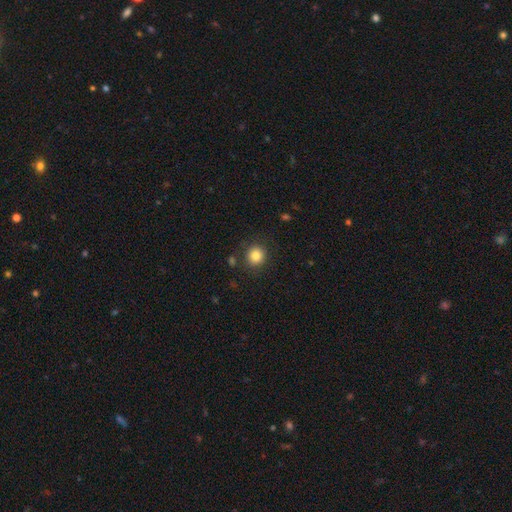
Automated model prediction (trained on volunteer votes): The model was most divided on "smooth or featured": smooth: 83%, star or artifact: 11%, featured or disk: 6%. More confident: how rounded — round (90%); merging — none (87%).